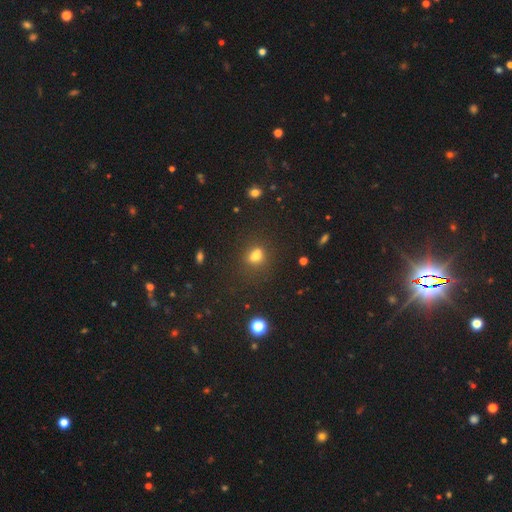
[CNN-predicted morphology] Overall: smooth (65%). How rounded: round (51%; in between 47%). Merging: none (48%; merger 33%).